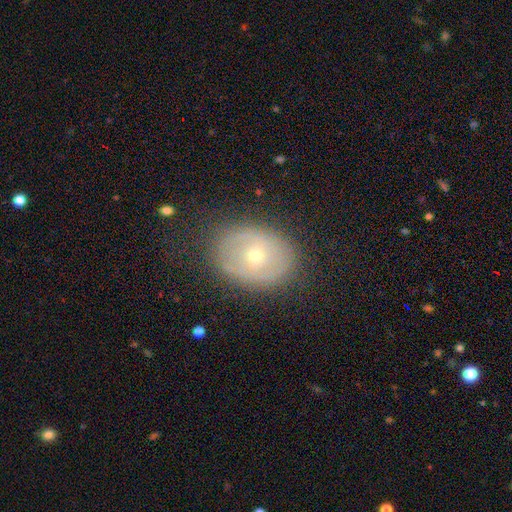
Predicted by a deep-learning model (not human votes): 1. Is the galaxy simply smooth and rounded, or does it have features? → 51% featured or disk, 40% smooth, 9% star or artifact.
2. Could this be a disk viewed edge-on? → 93% no, 7% yes.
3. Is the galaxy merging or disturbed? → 79% none, 14% minor disturbance, 6% major disturbance, 1% merger.